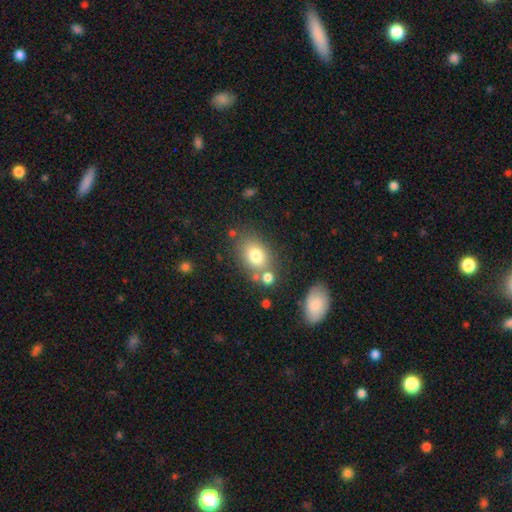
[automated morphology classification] Smooth or featured: smooth — 76% (featured or disk — 13%)
How rounded: in between — 70% (round — 28%)
Merging: none — 63% (merger — 17%)